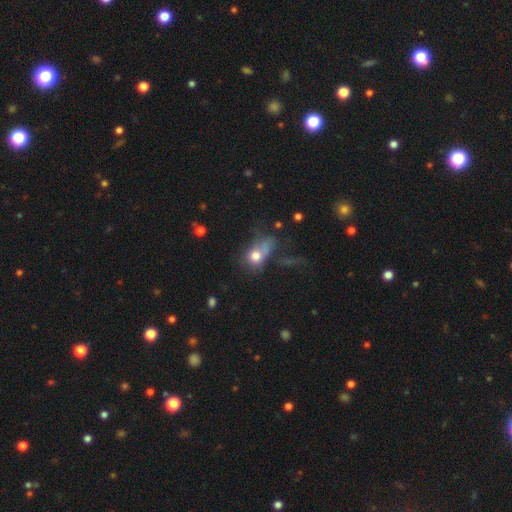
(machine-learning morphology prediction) Smooth or featured? Predicted: smooth (p=0.69). How rounded? Predicted: round (p=0.53). Merging? Predicted: major disturbance (p=0.33).